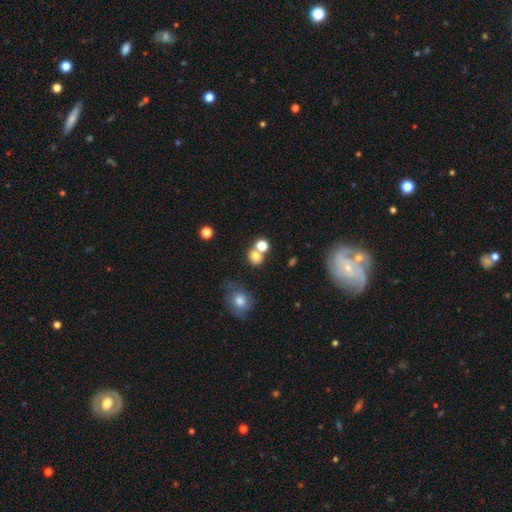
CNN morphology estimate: This is likely a smooth galaxy (74%). How rounded: likely round (73%). Merging: possibly none (49%).